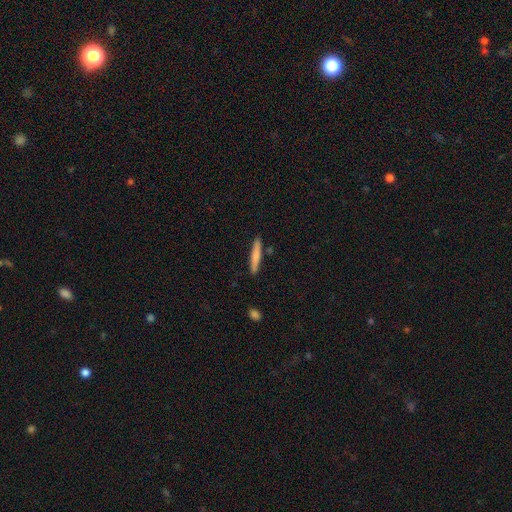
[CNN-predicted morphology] Smooth or featured? smooth (72%)
How rounded? cigar-shaped (94%)
Merging? none (87%)